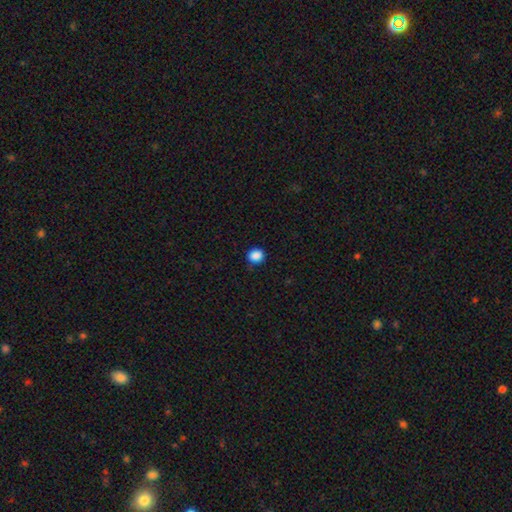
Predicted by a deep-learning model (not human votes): A smooth galaxy with no disk features (87%) that is round (71%).

Vote fractions:
- Smooth or featured? smooth: 87% / star or artifact: 10% / featured or disk: 3%
- How rounded? round: 71% / in between: 29% / cigar-shaped: 1%
- Merging? none: 85% / minor disturbance: 11% / major disturbance: 3% / merger: 1%